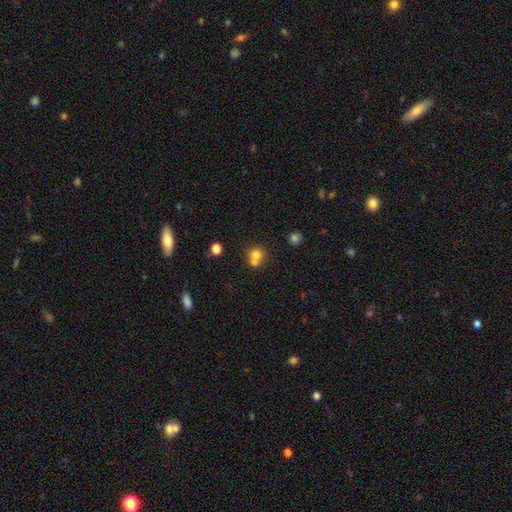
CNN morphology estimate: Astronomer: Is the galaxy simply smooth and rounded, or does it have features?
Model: smooth — 73%.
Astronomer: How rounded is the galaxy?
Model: round — 83%.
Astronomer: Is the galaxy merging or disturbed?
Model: merger — 49% (runner-up: none, 41%).